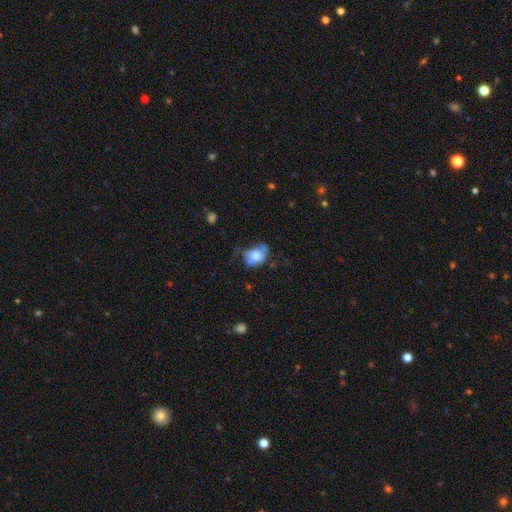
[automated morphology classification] A smooth galaxy with no disk features (70%) that is in between round and cigar-shaped (52%). Merging: none (40%).